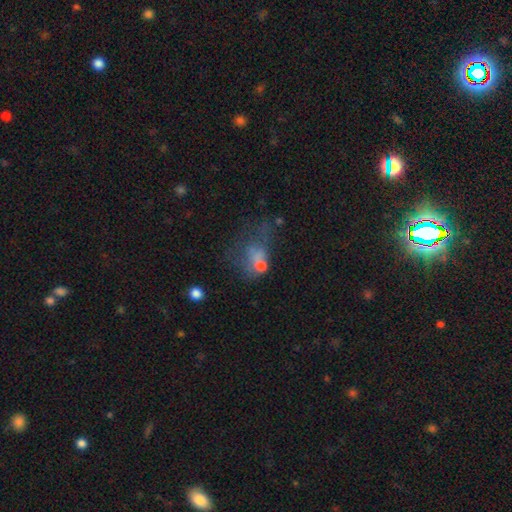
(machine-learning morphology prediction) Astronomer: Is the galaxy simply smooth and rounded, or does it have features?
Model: smooth — 44% (runner-up: featured or disk, 32%).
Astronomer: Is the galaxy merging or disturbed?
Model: major disturbance — 41% (runner-up: none, 25%).